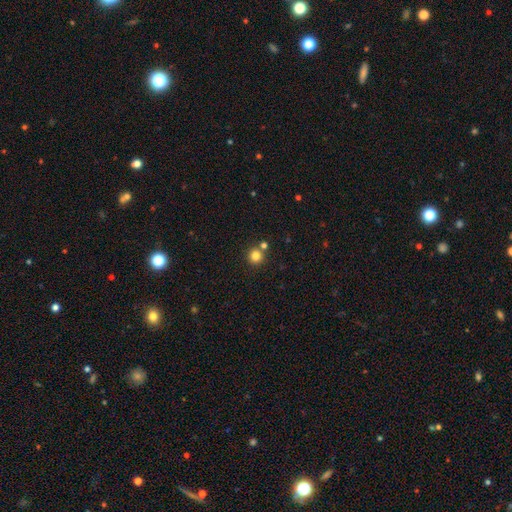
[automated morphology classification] Smooth or featured: smooth — 82% (star or artifact — 13%)
How rounded: round — 95% (in between — 4%)
Merging: none — 77% (merger — 14%)